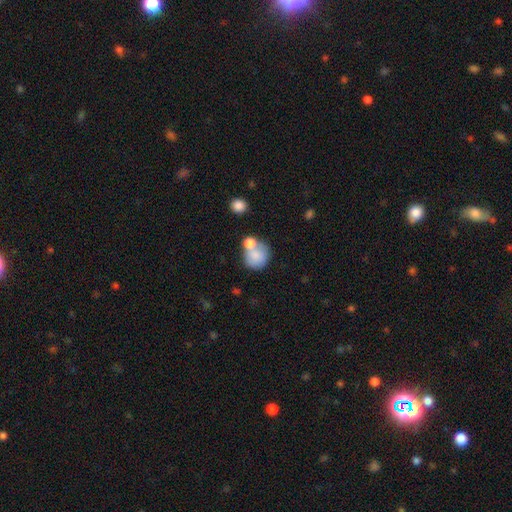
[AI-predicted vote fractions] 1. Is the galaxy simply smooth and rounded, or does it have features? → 77% smooth, 15% featured or disk, 8% star or artifact.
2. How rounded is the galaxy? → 79% round, 20% in between, 1% cigar-shaped.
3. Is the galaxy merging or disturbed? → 42% merger, 38% none, 13% minor disturbance, 7% major disturbance.